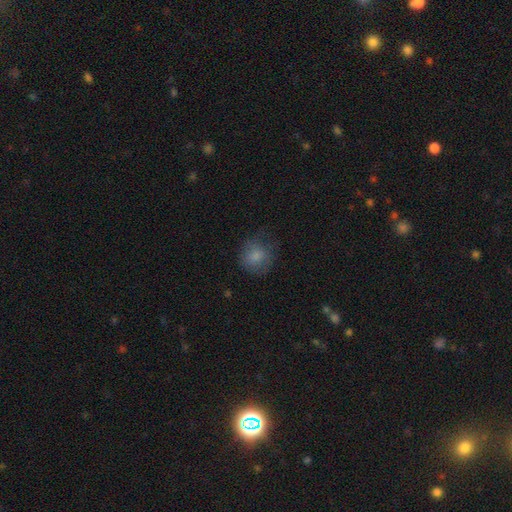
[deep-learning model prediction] smooth_or_featured: smooth (p=0.80) [alt: featured or disk p=0.10]
how_rounded: round (p=0.82) [alt: in between p=0.17]
merging: none (p=0.64) [alt: minor disturbance p=0.22]